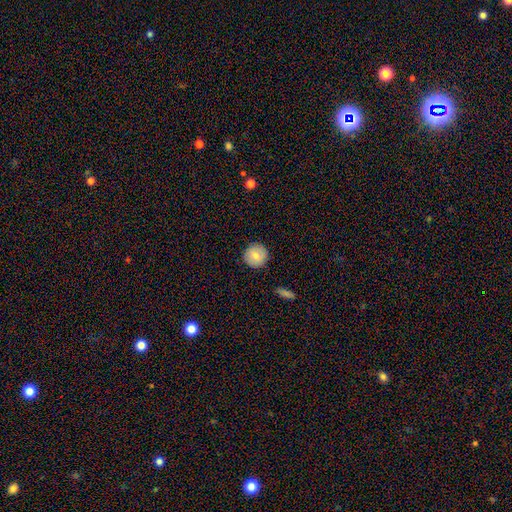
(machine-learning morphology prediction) A smooth galaxy with no disk features (79%) that is round (95%). Merging: none (90%).